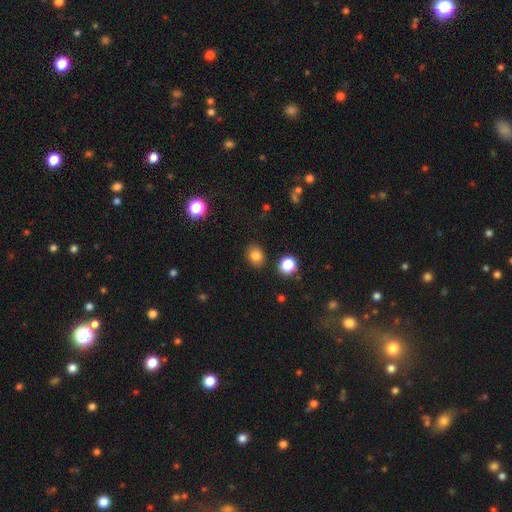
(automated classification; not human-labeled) Smooth or featured: smooth — 82% (star or artifact — 12%)
How rounded: round — 57% (in between — 42%)
Merging: none — 86% (minor disturbance — 9%)